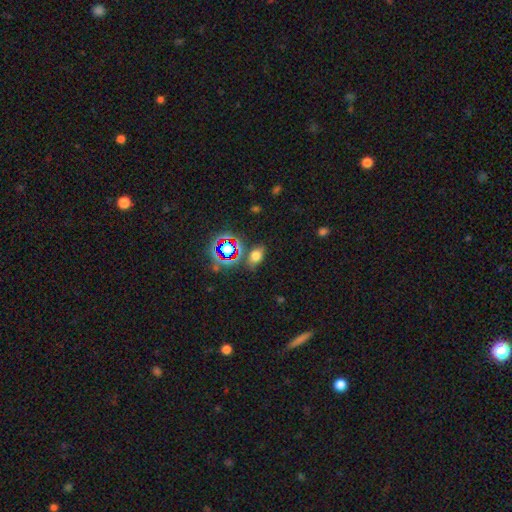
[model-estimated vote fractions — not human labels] Smooth or featured? Predicted: smooth (p=0.61). How rounded? Predicted: in between (p=0.80). Merging? Predicted: none (p=0.76).